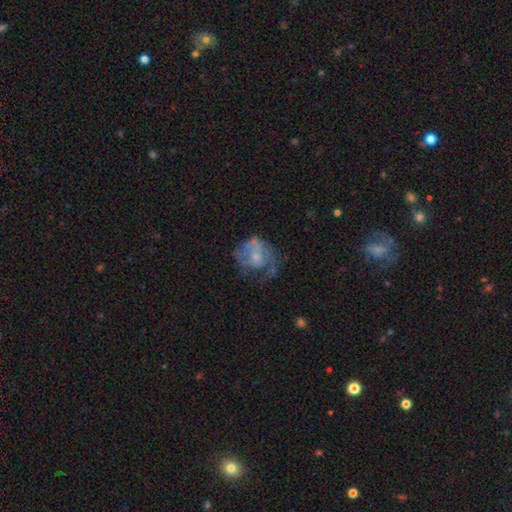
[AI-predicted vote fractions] smooth-or-featured: featured or disk: 56% | smooth: 35% | star or artifact: 9%
  disk-edge-on: no: 98% | yes: 2%
    bar: no: 79% | weak: 18% | strong: 3%
    has-spiral-arms: no: 62% | yes: 38%
    bulge-size: small: 51% | moderate: 29% | none: 16% | large: 3% | dominant: 1%
  merging: major disturbance: 38% | none: 33% | minor disturbance: 24% | merger: 5%